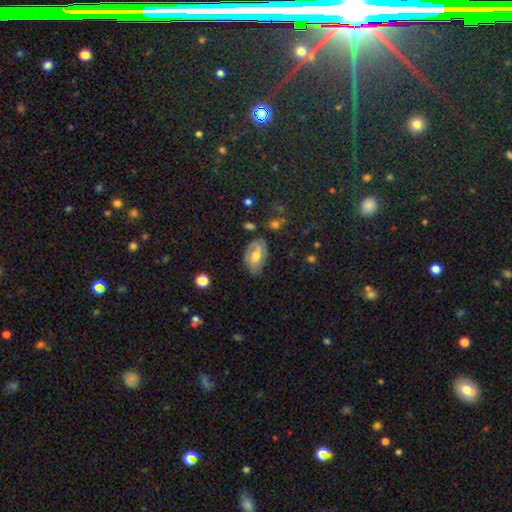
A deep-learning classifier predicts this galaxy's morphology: This appears to be a smooth galaxy with no disk features (53%) that is in between round and cigar-shaped (90%). Merging: none (61%).